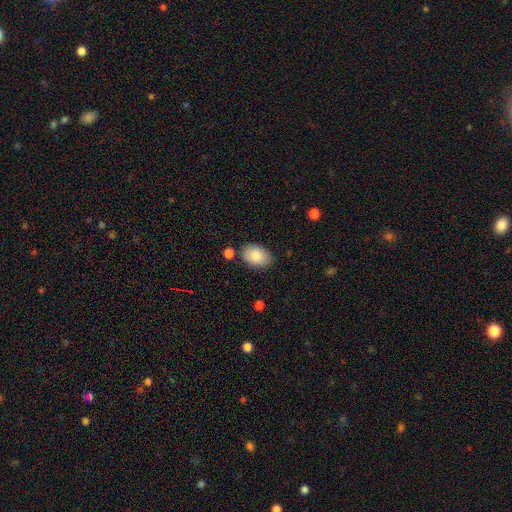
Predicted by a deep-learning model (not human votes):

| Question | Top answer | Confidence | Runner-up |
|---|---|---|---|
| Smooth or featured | smooth | 86% | featured or disk (7%) |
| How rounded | in between | 88% | round (11%) |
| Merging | none | 78% | minor disturbance (15%) |